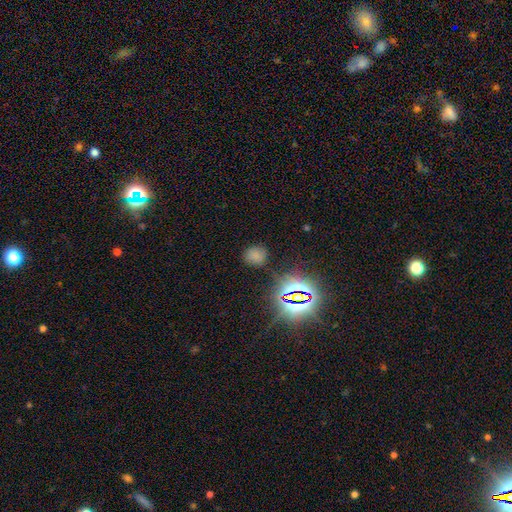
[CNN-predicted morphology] This appears to be a smooth galaxy with no disk features (65%) that is round (74%). Merging: none (78%).